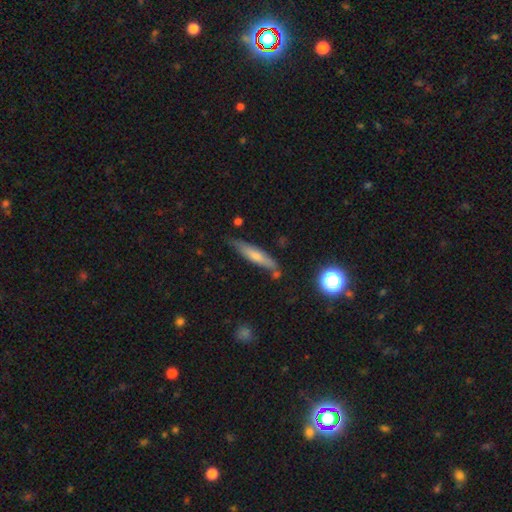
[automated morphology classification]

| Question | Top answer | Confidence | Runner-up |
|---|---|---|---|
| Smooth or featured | smooth | 55% | featured or disk (36%) |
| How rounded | cigar-shaped | 85% | in between (13%) |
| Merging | none | 76% | minor disturbance (15%) |